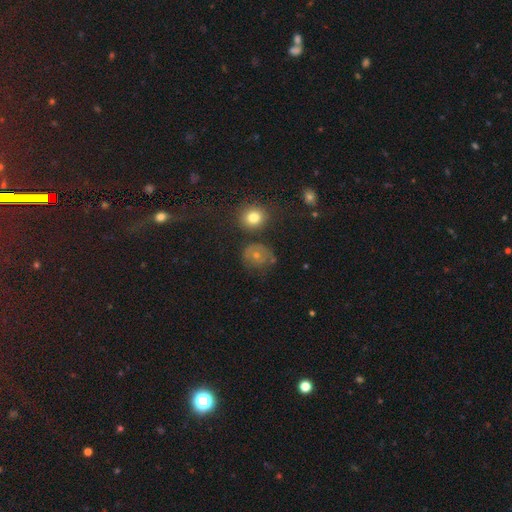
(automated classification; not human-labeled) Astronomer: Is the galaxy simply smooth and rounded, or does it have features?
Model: smooth — 52% (runner-up: featured or disk, 30%).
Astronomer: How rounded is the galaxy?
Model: round — 75%.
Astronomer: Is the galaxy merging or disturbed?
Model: none — 55%.